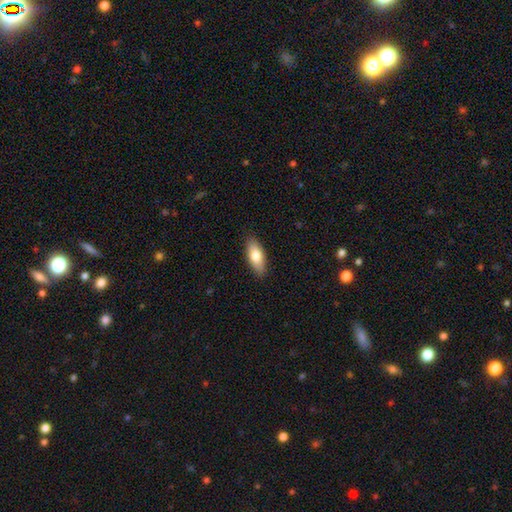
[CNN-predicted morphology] Overall: smooth (77%). How rounded: in between (79%). Merging: none (88%).